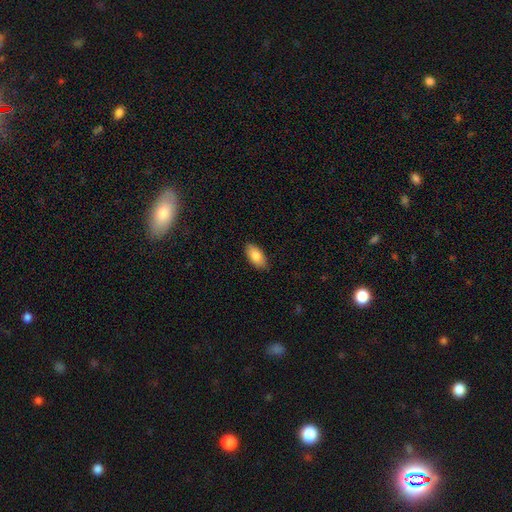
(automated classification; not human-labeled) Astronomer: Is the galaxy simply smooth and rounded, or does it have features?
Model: smooth — 83%.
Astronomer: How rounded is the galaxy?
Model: in between — 93%.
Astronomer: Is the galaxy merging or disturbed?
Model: none — 88%.